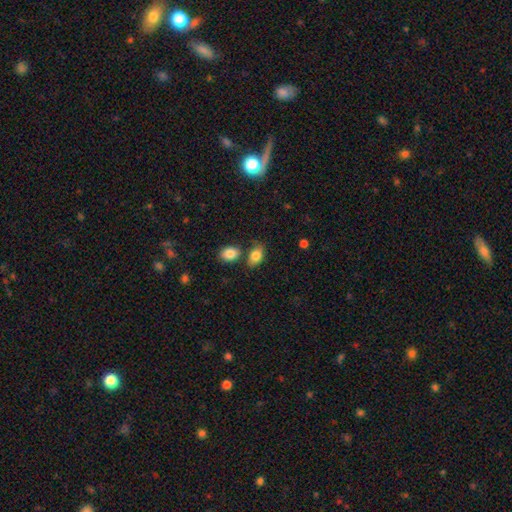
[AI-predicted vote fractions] smooth 82%, featured or disk 10%, star or artifact 8%. Down the decision tree: how rounded — in between (85%); merging — none (61%).